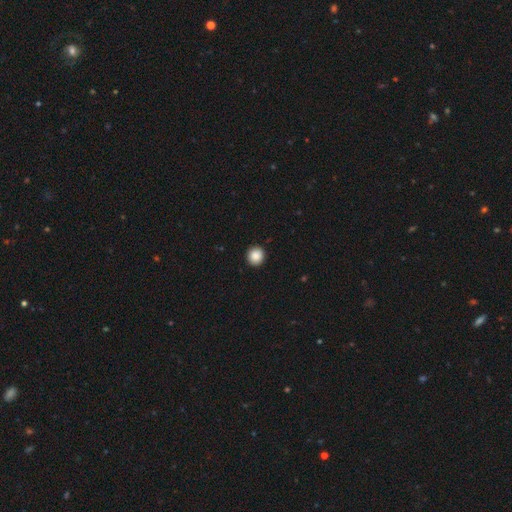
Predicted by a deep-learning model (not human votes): Smooth or featured: smooth — 88% (star or artifact — 9%)
How rounded: round — 92% (in between — 7%)
Merging: none — 92% (minor disturbance — 5%)